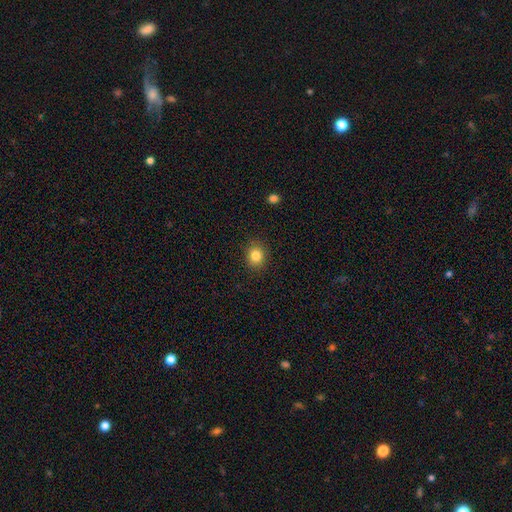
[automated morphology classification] Smooth or featured? Predicted: smooth (p=0.83). How rounded? Predicted: round (p=0.78). Merging? Predicted: none (p=0.89).